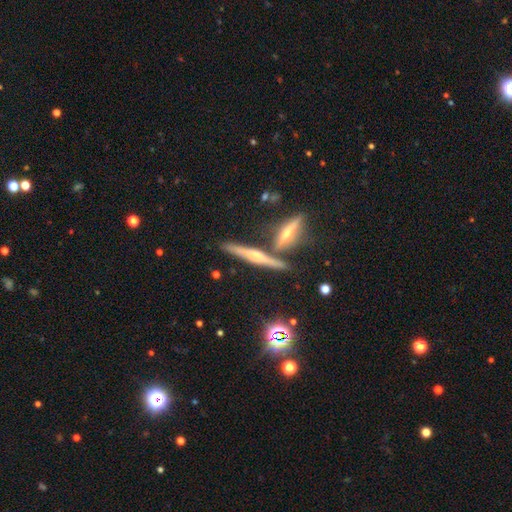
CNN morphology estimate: The model was most divided on "smooth or featured": featured or disk: 68%, smooth: 22%, star or artifact: 10%. More confident: edge-on disk — yes (96%); edge-on bulge — rounded (78%); merging — none (72%).